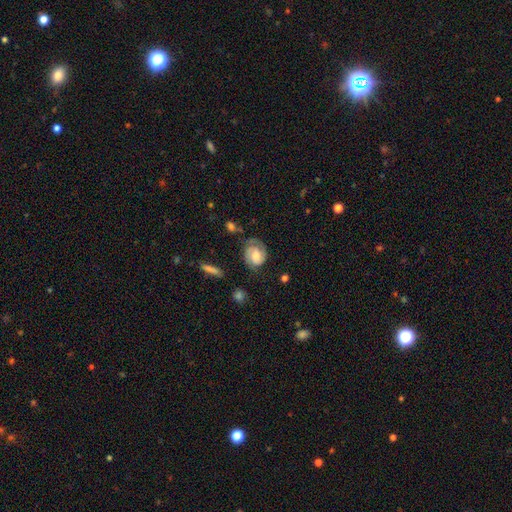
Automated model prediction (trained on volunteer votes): featured or disk 64%, smooth 29%, star or artifact 7%. Down the decision tree: edge-on disk — no (97%); bar — no (53%); spiral arms — yes (91%); spiral arm count — 2 (66%); spiral winding — tight (52%); bulge size — moderate (49%); merging — none (59%).